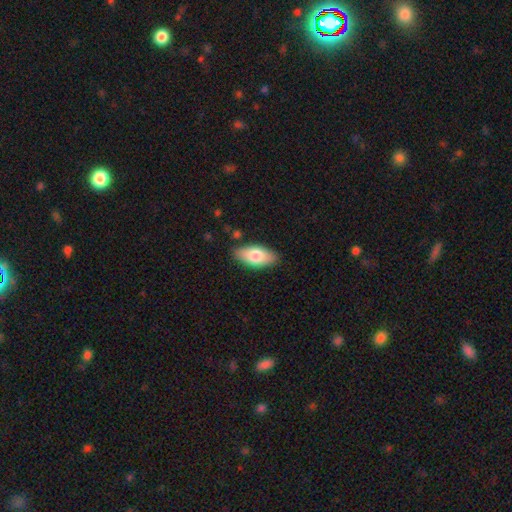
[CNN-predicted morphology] This is likely a smooth galaxy (77%). How rounded: clearly in between (89%). Merging: clearly none (84%).